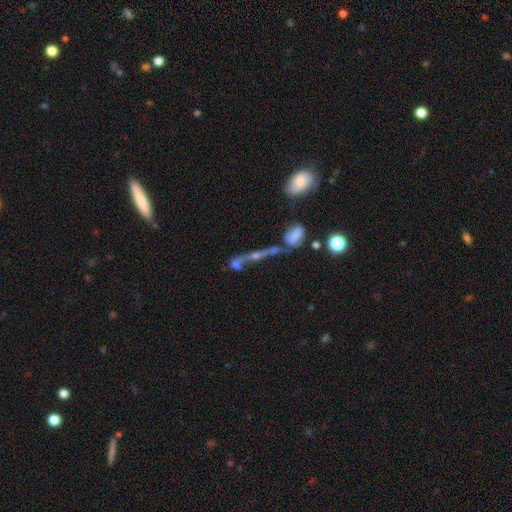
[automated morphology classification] A featured or disk galaxy (38%). Merging: none (52%).